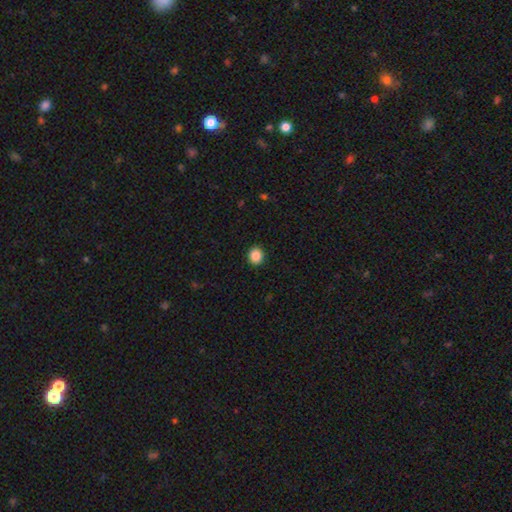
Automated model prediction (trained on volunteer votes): Q: Smooth or featured?
A: smooth (87%); runner-up: star or artifact (9%)
Q: How rounded?
A: round (82%); runner-up: in between (17%)
Q: Merging?
A: none (92%); runner-up: minor disturbance (5%)